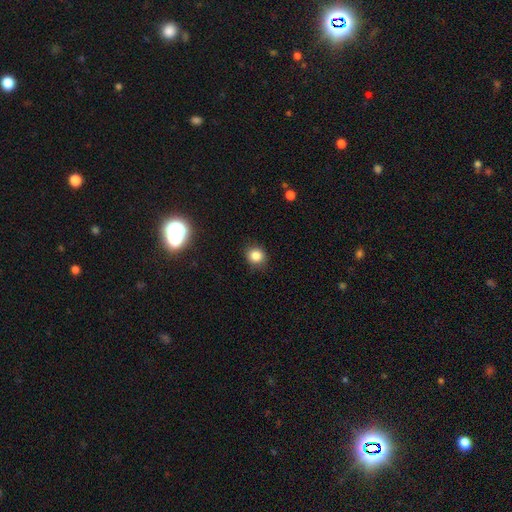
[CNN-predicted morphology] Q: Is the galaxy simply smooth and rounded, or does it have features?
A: smooth — 83%.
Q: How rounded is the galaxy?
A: round — 80%.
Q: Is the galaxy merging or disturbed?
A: none — 86%.